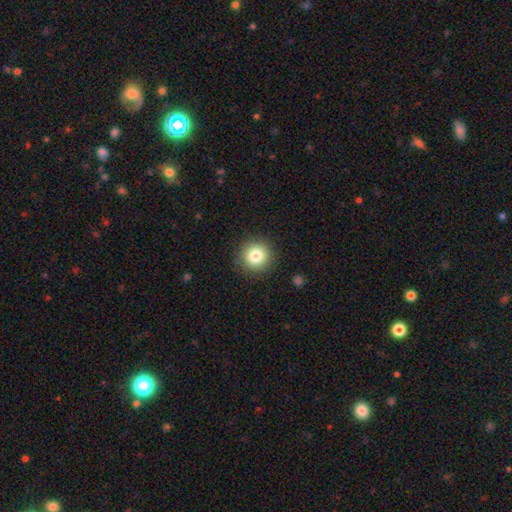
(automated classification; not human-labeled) Smooth or featured? smooth (82%)
How rounded? round (94%)
Merging? none (89%)